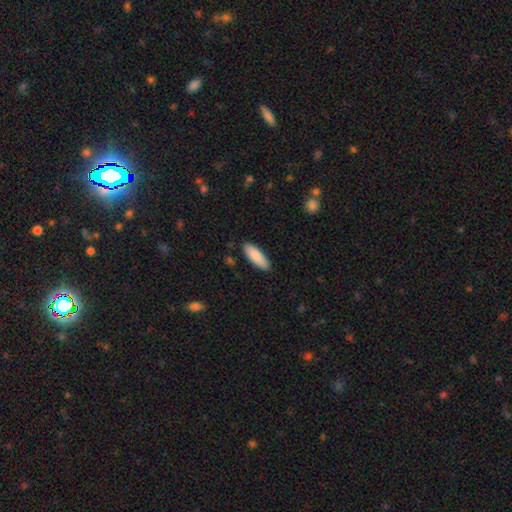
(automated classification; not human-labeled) A smooth galaxy with no disk features (88%) that is in between round and cigar-shaped (62%).

Vote fractions:
- Smooth or featured? smooth: 88% / featured or disk: 6% / star or artifact: 5%
- How rounded? in between: 62% / cigar-shaped: 36% / round: 2%
- Merging? none: 88% / minor disturbance: 9% / major disturbance: 2% / merger: 1%